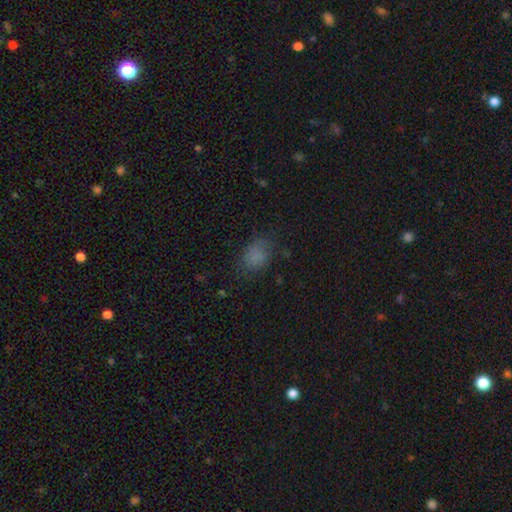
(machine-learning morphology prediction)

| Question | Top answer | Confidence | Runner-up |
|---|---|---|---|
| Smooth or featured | smooth | 79% | star or artifact (14%) |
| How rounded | in between | 72% | round (26%) |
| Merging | none | 67% | minor disturbance (22%) |